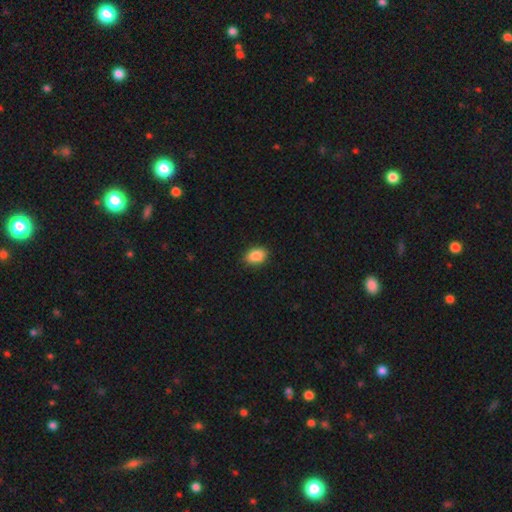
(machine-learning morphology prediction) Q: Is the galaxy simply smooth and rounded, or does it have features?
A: smooth — 87%.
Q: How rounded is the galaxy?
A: in between — 82%.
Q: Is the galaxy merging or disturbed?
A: none — 86%.